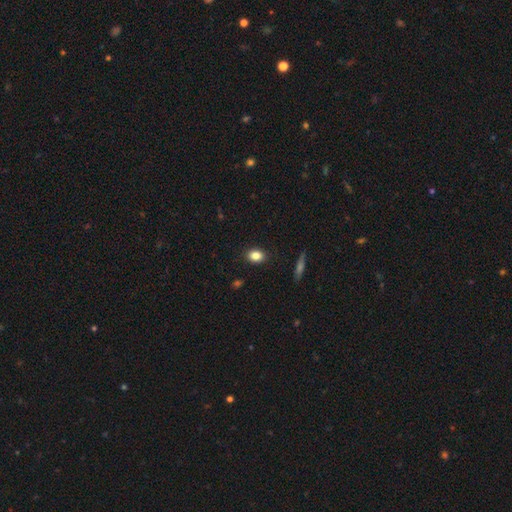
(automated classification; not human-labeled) smooth_or_featured: smooth (p=0.84) [alt: star or artifact p=0.09]
how_rounded: in between (p=0.63) [alt: round p=0.35]
merging: none (p=0.89) [alt: minor disturbance p=0.08]